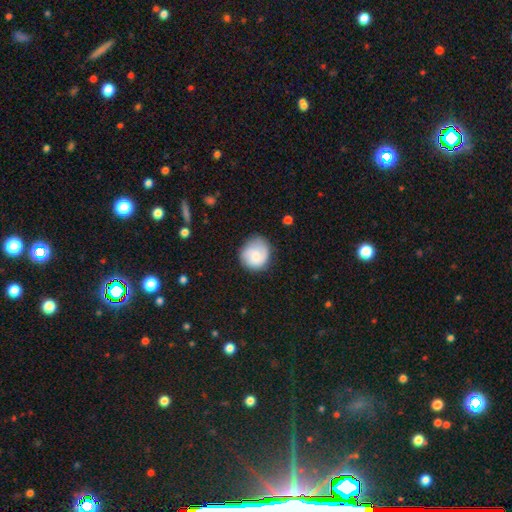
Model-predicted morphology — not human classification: smooth 64%, featured or disk 29%, star or artifact 7%. Down the decision tree: how rounded — round (82%); merging — none (73%).